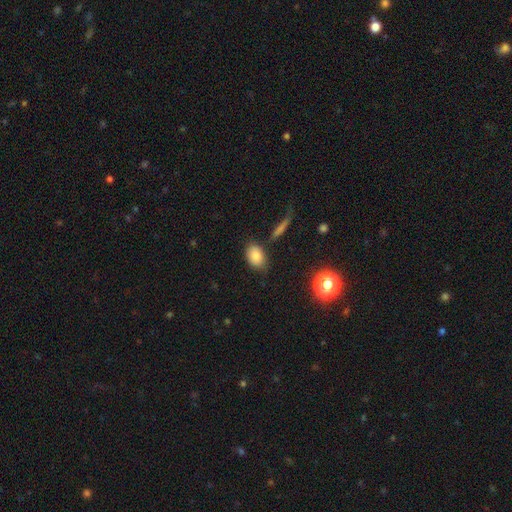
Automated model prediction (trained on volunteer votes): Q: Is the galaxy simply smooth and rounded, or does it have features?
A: smooth — 82%.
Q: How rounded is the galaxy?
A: in between — 84%.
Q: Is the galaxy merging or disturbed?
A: none — 77%.